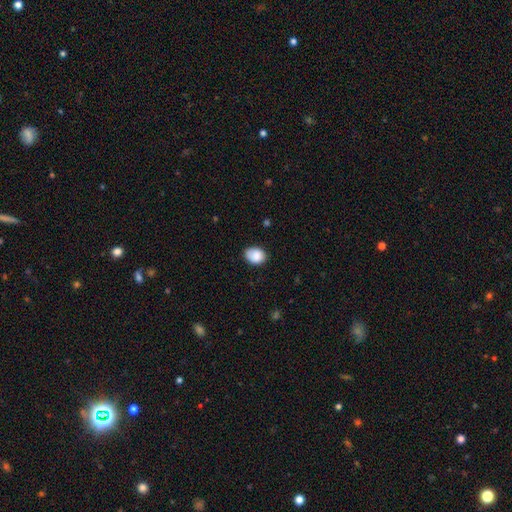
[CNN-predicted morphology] Smooth or featured? smooth (85%)
How rounded? in between (68%)
Merging? none (72%)